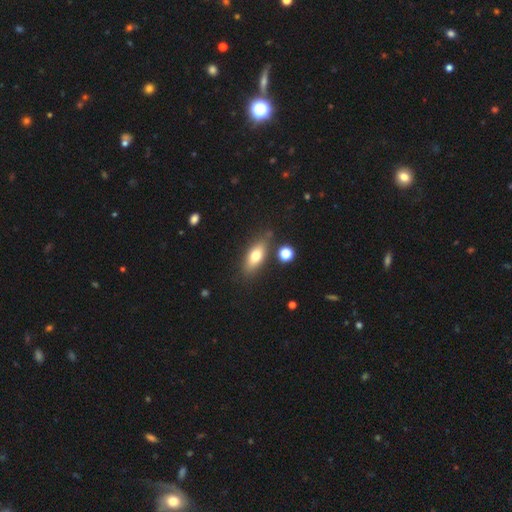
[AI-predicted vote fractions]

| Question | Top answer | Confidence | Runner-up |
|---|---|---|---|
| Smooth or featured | smooth | 68% | featured or disk (24%) |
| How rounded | in between | 73% | cigar-shaped (23%) |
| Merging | none | 78% | minor disturbance (13%) |